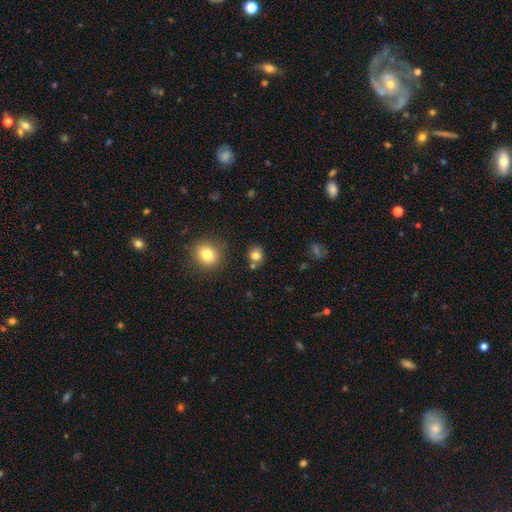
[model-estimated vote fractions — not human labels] Smooth or featured: smooth — 80% (star or artifact — 13%)
How rounded: round — 77% (in between — 22%)
Merging: none — 74% (merger — 12%)